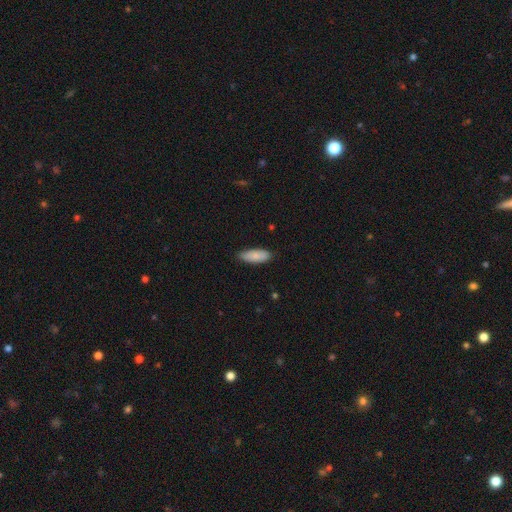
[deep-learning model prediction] Smooth or featured? smooth (85%)
How rounded? in between (74%)
Merging? none (83%)